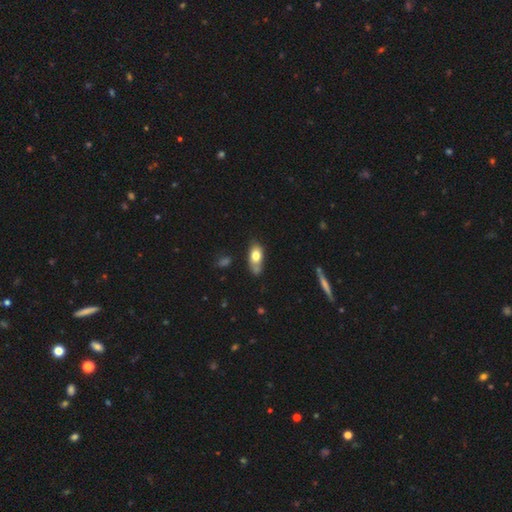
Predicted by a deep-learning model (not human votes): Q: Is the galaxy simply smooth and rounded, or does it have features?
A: smooth — 74%.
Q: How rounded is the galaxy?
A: in between — 85%.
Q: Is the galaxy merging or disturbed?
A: none — 49%.